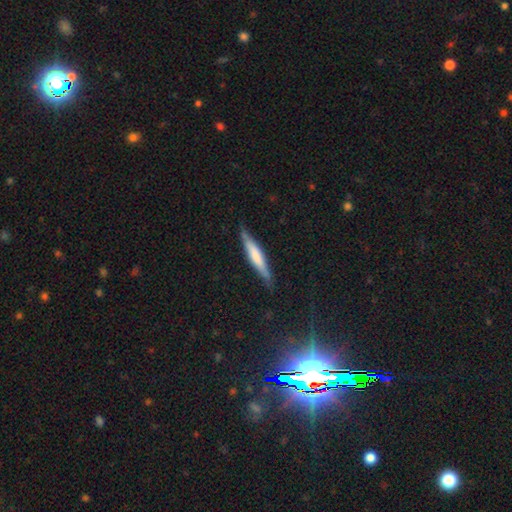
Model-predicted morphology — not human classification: A smooth galaxy with no disk features (54%) that is cigar-shaped (90%). Merging: none (80%).